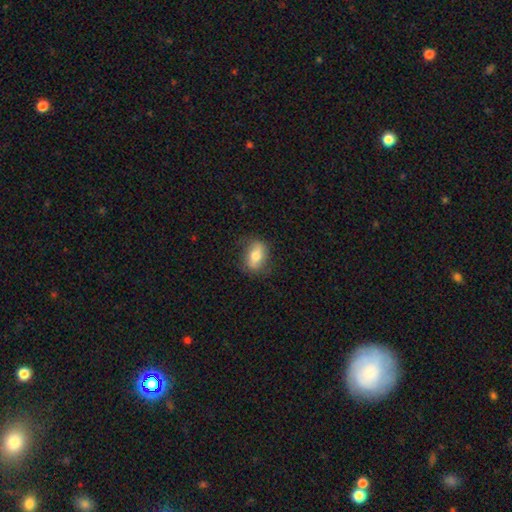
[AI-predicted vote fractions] Morphology: type=smooth (65%); roundness=in between (78%); merging=none (76%).